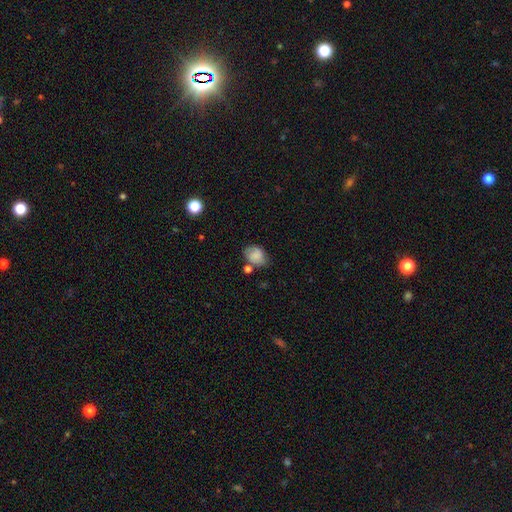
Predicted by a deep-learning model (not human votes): Smooth or featured? smooth (76%)
How rounded? in between (59%)
Merging? none (55%)